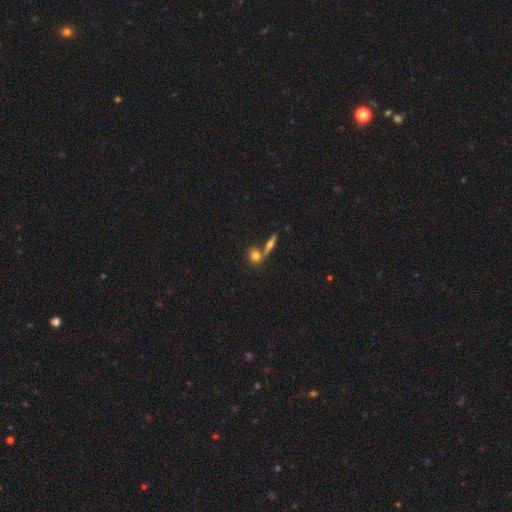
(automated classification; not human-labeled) The model was most divided on "merging": none: 58%, merger: 30%, minor disturbance: 9%, major disturbance: 3%. More confident: smooth or featured — smooth (72%); how rounded — round (61%).